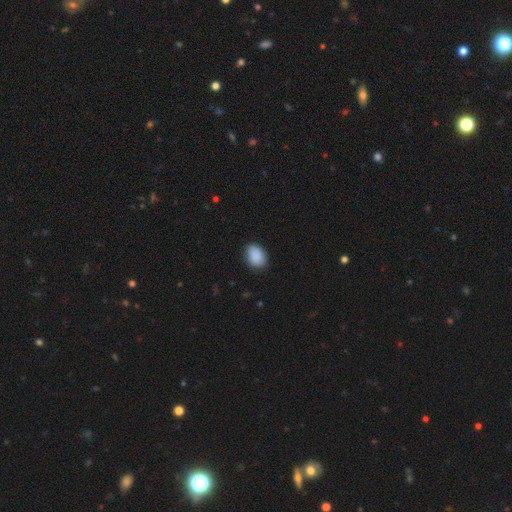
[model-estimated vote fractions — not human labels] Morphology: type=smooth (90%); roundness=in between (74%); merging=none (84%).